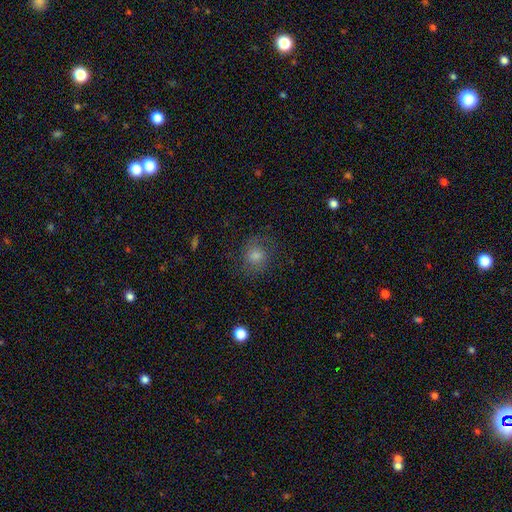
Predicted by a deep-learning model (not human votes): A smooth galaxy with no disk features (54%) that is round (78%). Merging: none (76%).